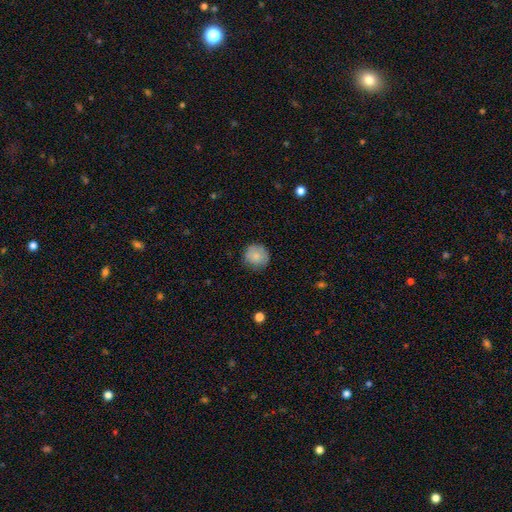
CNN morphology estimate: type=smooth (82%); roundness=round (90%); merging=none (77%).